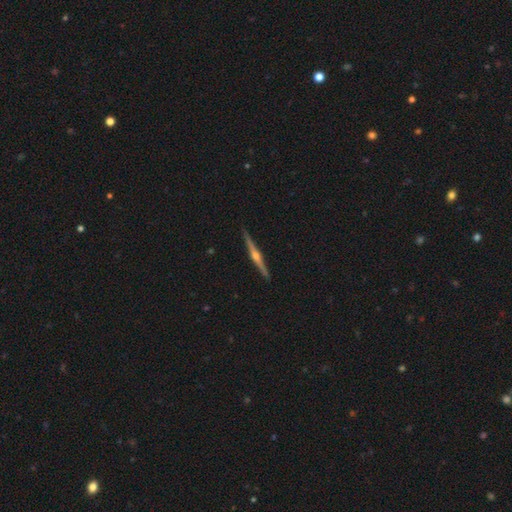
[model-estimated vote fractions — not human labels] Overall: featured or disk (84%). Edge-on disk: yes (99%). Edge-on bulge: rounded (91%). Merging: none (92%).